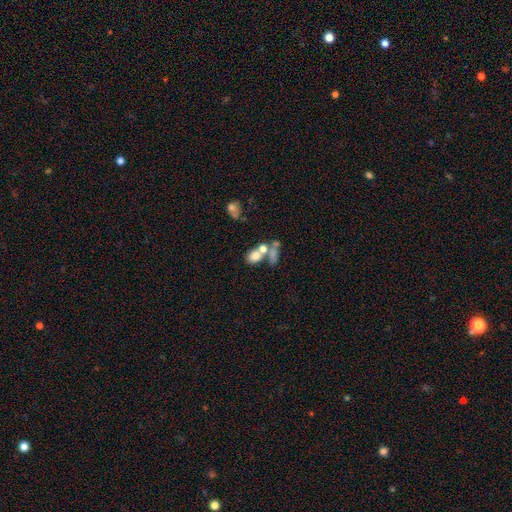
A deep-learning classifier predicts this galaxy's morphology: Smooth or featured: smooth — 68% (featured or disk — 19%)
How rounded: in between — 66% (round — 31%)
Merging: merger — 53% (none — 29%)